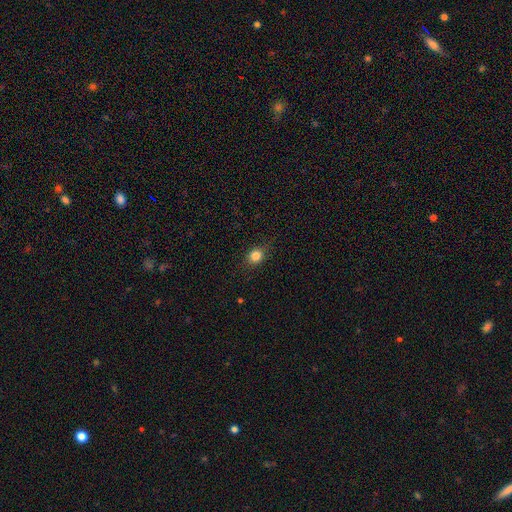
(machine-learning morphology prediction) Q: Smooth or featured?
A: smooth (82%); runner-up: star or artifact (12%)
Q: How rounded?
A: round (66%); runner-up: in between (32%)
Q: Merging?
A: none (83%); runner-up: minor disturbance (13%)